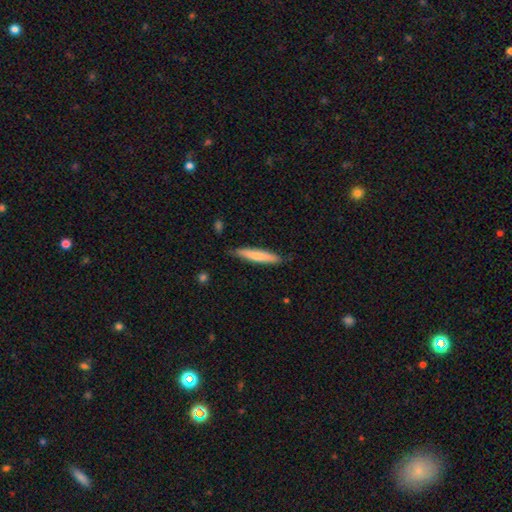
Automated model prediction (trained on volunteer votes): Morphology: type=smooth (70%); roundness=cigar-shaped (92%); merging=none (86%).